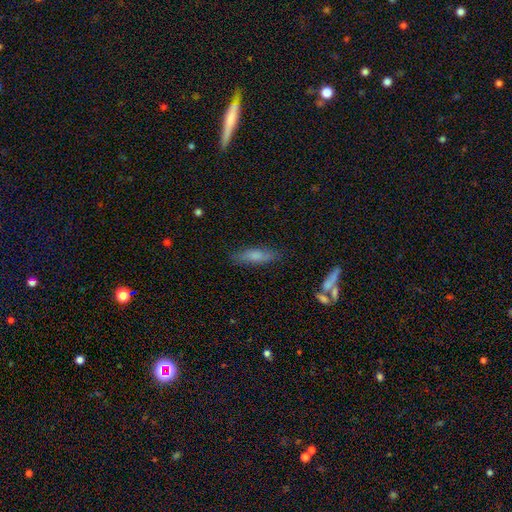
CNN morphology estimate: This is likely a smooth galaxy (76%). How rounded: likely cigar-shaped (62%). Merging: clearly none (81%).